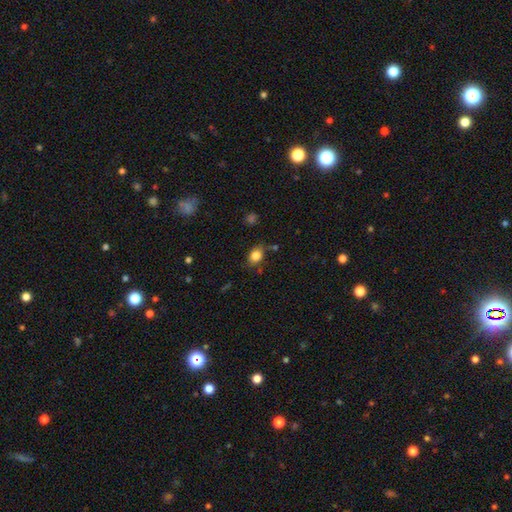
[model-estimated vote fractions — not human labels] This is clearly a smooth galaxy (83%). How rounded: likely in between (63%). Merging: likely none (73%).